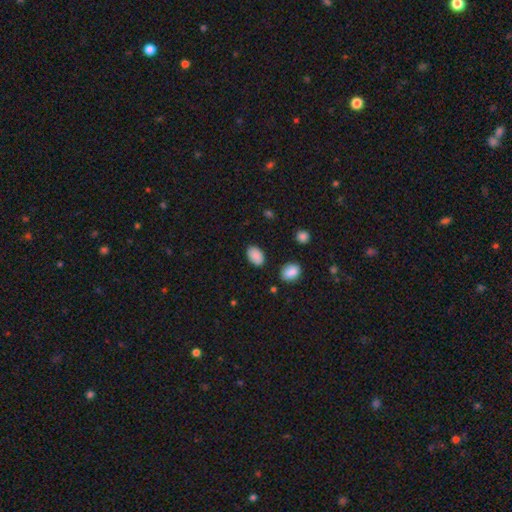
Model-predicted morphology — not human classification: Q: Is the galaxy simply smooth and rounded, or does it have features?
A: smooth — 87%.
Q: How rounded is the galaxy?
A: in between — 89%.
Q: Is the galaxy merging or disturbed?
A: none — 84%.